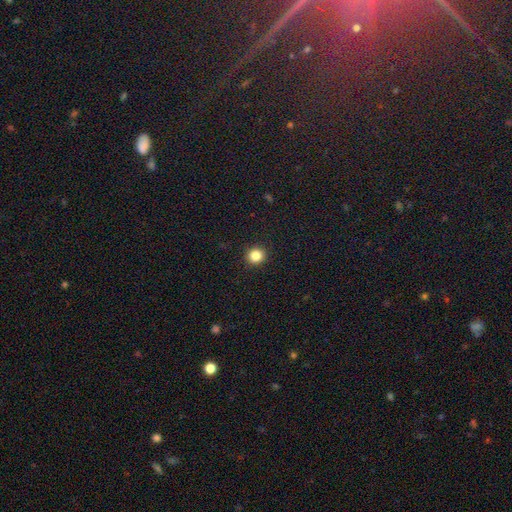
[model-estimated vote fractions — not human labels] smooth_or_featured: smooth (p=0.85) [alt: star or artifact p=0.11]
how_rounded: round (p=0.92) [alt: in between p=0.07]
merging: none (p=0.93) [alt: minor disturbance p=0.05]